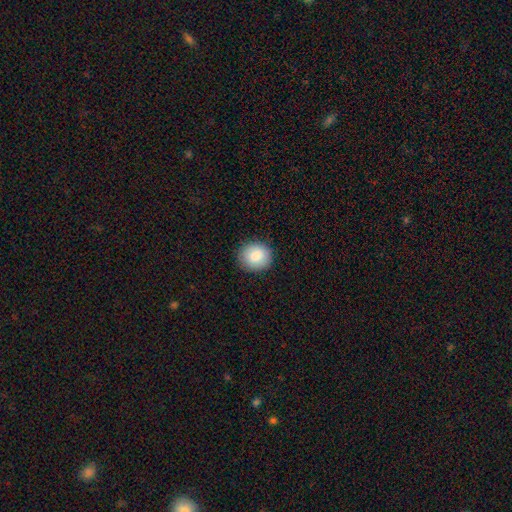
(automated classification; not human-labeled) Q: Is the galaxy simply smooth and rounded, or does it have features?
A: smooth — 85%.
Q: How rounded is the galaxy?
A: round — 77%.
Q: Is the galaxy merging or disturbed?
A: none — 88%.